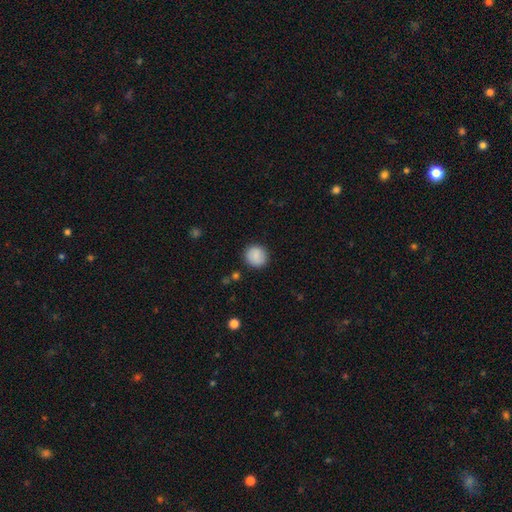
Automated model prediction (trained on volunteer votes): The model was most divided on "smooth or featured": smooth: 86%, star or artifact: 7%, featured or disk: 6%. More confident: how rounded — round (91%); merging — none (89%).